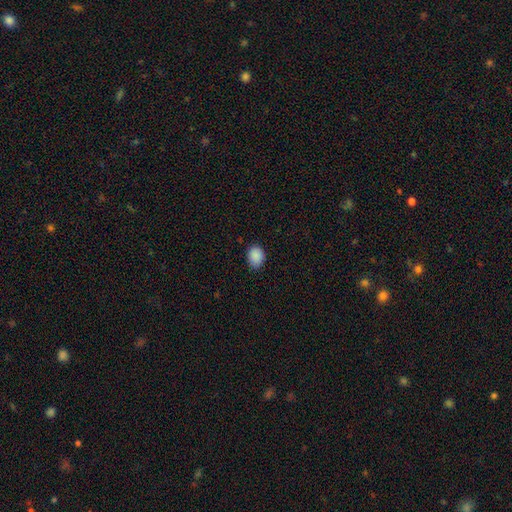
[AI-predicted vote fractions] Smooth or featured? smooth (89%)
How rounded? in between (53%)
Merging? none (81%)